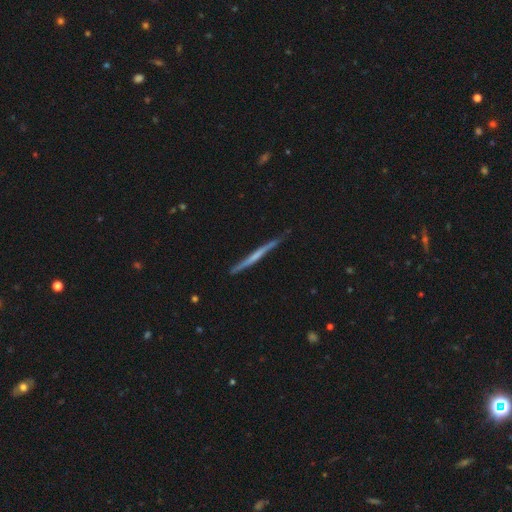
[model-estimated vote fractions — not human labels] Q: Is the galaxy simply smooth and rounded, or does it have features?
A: featured or disk — 63%.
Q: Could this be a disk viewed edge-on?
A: yes — 97%.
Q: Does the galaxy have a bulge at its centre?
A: none — 71%.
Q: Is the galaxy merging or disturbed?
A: none — 83%.